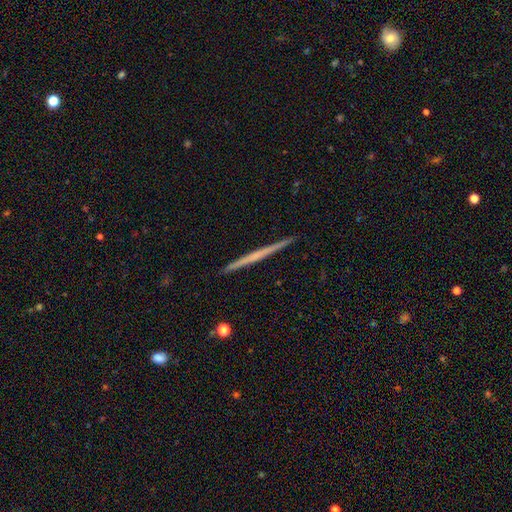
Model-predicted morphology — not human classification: Smooth or featured? Predicted: featured or disk (p=0.61). Edge-on disk? Predicted: yes (p=0.98). Edge-on bulge? Predicted: none (p=0.83). Merging? Predicted: none (p=0.93).